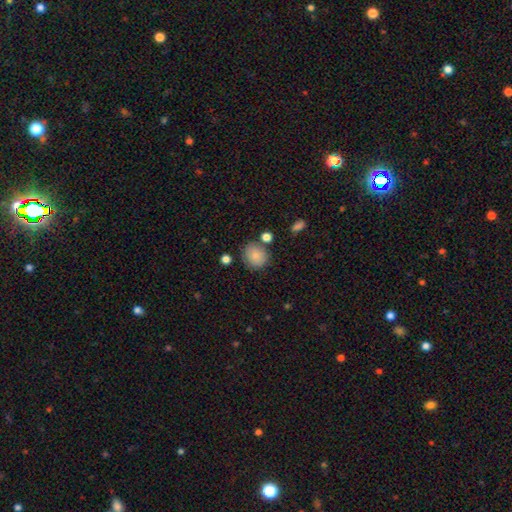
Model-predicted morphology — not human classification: This is clearly a smooth galaxy (85%). How rounded: clearly round (81%). Merging: likely none (78%).